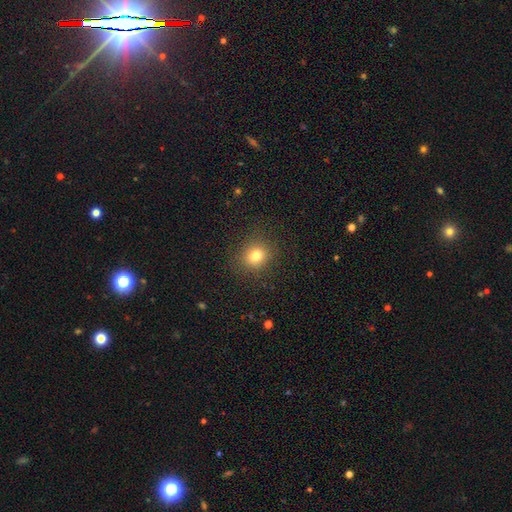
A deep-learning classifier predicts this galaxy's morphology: type=smooth (79%); roundness=round (76%); merging=none (88%).